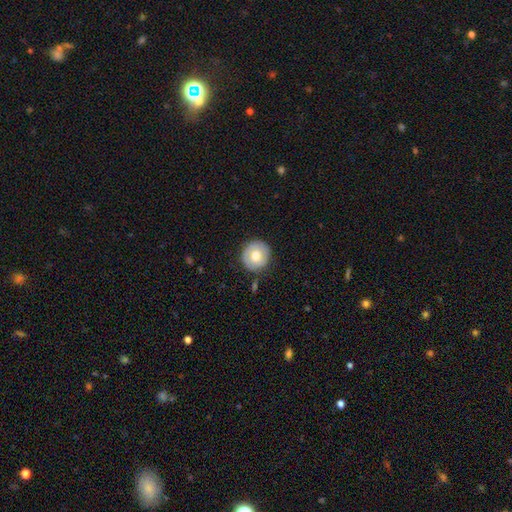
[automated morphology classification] Smooth or featured?
  - smooth: 70% *
  - featured or disk: 23%
  - star or artifact: 7%
How rounded?
  - round: 94% *
  - in between: 5%
  - cigar-shaped: 1%
Merging?
  - none: 85% *
  - minor disturbance: 10%
  - major disturbance: 3%
  - merger: 2%